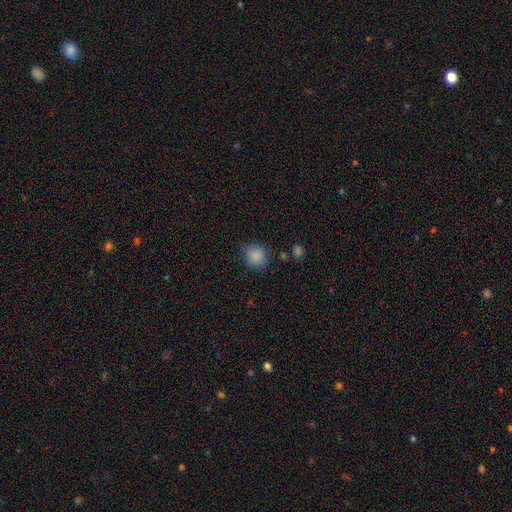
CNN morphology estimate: Smooth or featured? smooth (86%)
How rounded? round (82%)
Merging? none (81%)